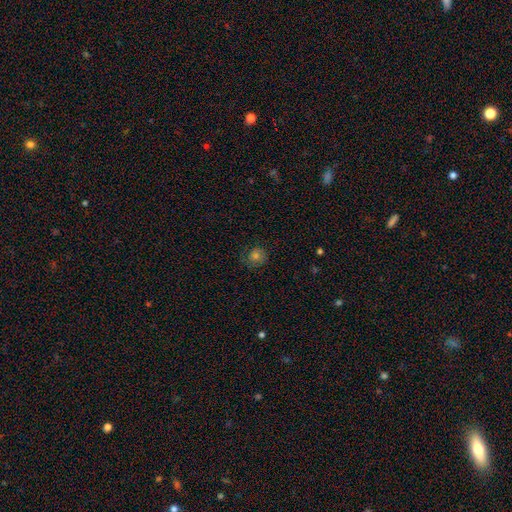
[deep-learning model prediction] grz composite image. It shows a smooth galaxy with no disk features (62%) that is round (85%). Merging: none (75%).